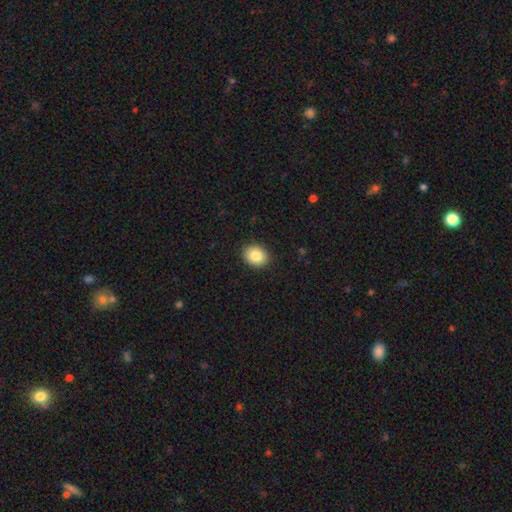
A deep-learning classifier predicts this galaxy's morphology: type=smooth (83%); roundness=round (54%); merging=none (90%).